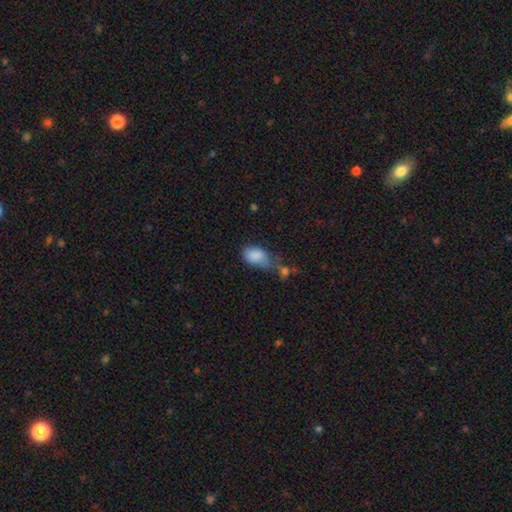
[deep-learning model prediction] A smooth galaxy with no disk features (84%) that is in between round and cigar-shaped (86%).

Vote fractions:
- Smooth or featured? smooth: 84% / star or artifact: 8% / featured or disk: 7%
- How rounded? in between: 86% / round: 12% / cigar-shaped: 2%
- Merging? none: 32% / minor disturbance: 29% / merger: 20% / major disturbance: 19%